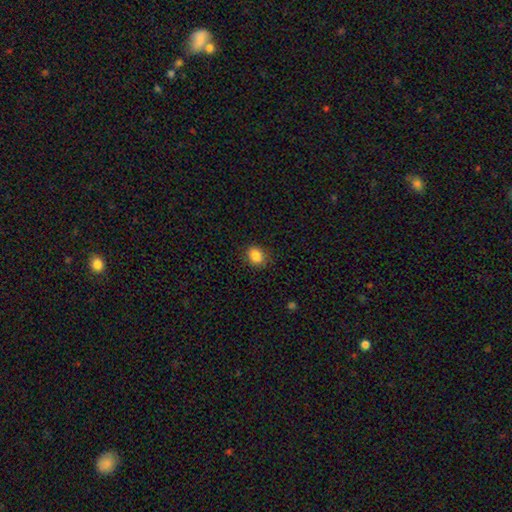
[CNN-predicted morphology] type=smooth (86%); roundness=round (53%); merging=none (87%).